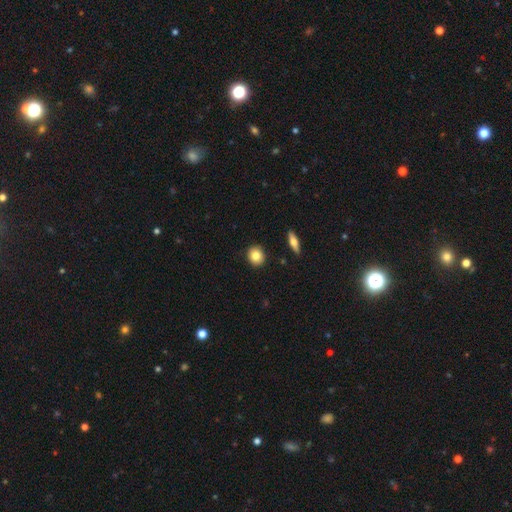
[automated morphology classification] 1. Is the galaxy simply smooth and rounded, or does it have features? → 82% smooth, 10% featured or disk, 8% star or artifact.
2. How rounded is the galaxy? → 78% round, 21% in between, 2% cigar-shaped.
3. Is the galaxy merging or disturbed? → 91% none, 6% minor disturbance, 2% merger, 2% major disturbance.